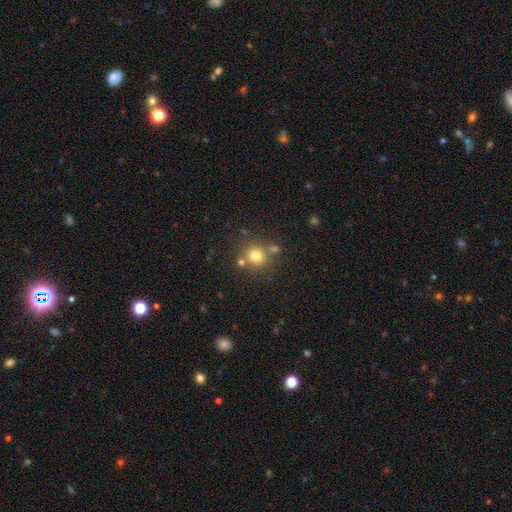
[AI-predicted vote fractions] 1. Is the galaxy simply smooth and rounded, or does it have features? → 75% smooth, 15% star or artifact, 10% featured or disk.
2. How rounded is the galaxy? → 88% round, 11% in between, 1% cigar-shaped.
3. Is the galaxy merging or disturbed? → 70% none, 16% merger, 10% minor disturbance, 4% major disturbance.